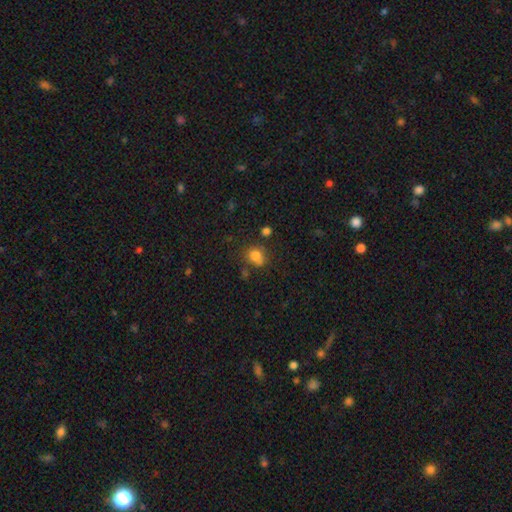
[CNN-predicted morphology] This is likely a smooth galaxy (78%). How rounded: possibly round (59%). Merging: likely none (61%).